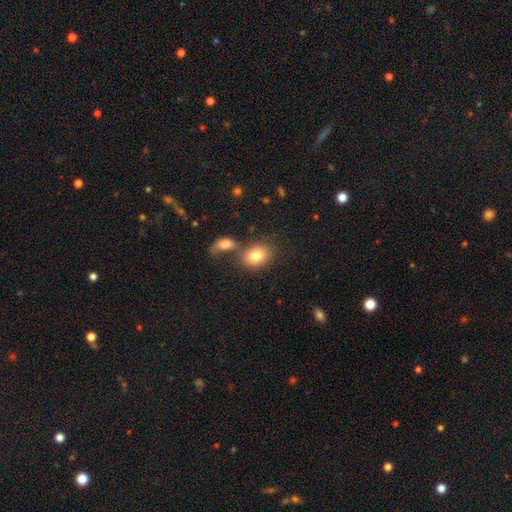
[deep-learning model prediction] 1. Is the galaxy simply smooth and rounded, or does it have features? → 80% smooth, 12% featured or disk, 9% star or artifact.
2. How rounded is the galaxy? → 67% in between, 32% round, 1% cigar-shaped.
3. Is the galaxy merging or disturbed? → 51% none, 30% merger, 12% minor disturbance, 7% major disturbance.